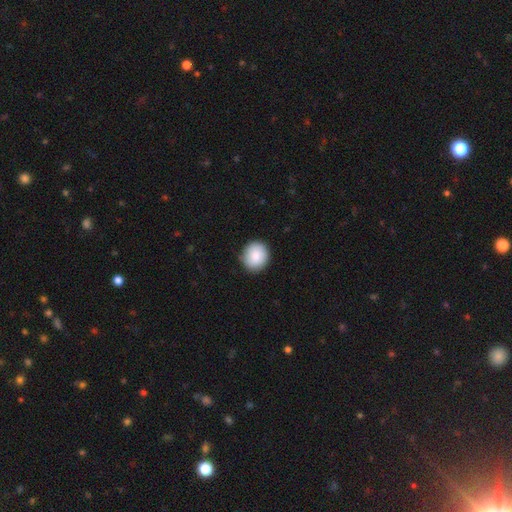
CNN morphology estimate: type=smooth (86%); roundness=round (85%); merging=none (87%).